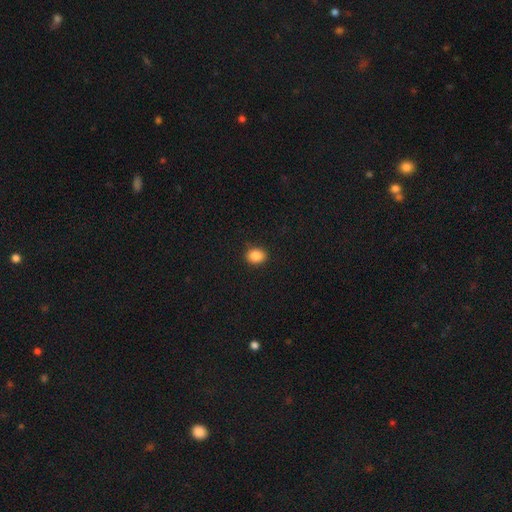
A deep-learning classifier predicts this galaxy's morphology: The model was most divided on "how rounded": round: 53%, in between: 46%, cigar-shaped: 1%. More confident: merging — none (89%); smooth or featured — smooth (87%).